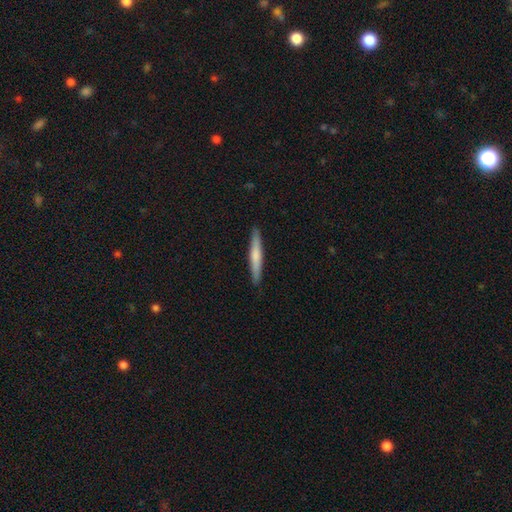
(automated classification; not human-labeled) smooth 61%, featured or disk 34%, star or artifact 5%. Down the decision tree: how rounded — cigar-shaped (95%); merging — none (91%).